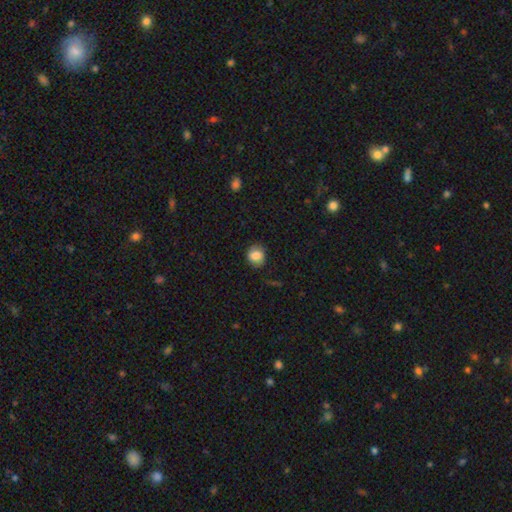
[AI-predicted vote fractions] Q: Smooth or featured?
A: smooth (81%); runner-up: featured or disk (10%)
Q: How rounded?
A: round (68%); runner-up: in between (31%)
Q: Merging?
A: none (78%); runner-up: minor disturbance (16%)